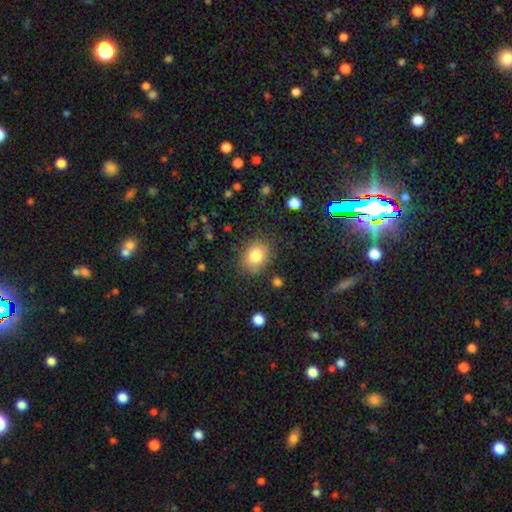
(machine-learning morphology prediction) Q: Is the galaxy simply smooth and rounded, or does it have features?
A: smooth — 81%.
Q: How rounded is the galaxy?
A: in between — 55%.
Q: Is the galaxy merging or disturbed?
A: none — 80%.